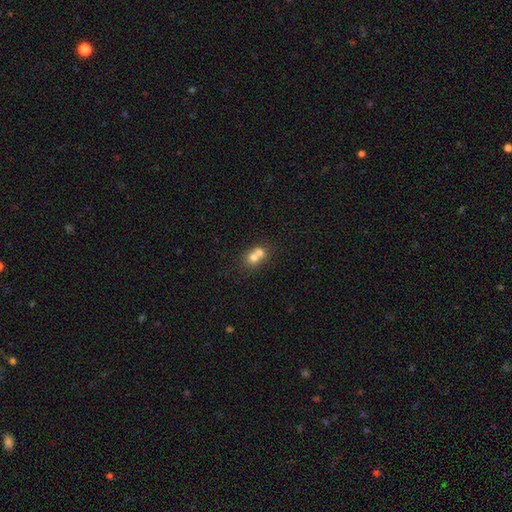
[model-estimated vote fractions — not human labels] This appears to be a smooth galaxy with no disk features (70%) that is round (71%). Merging: merger (68%).